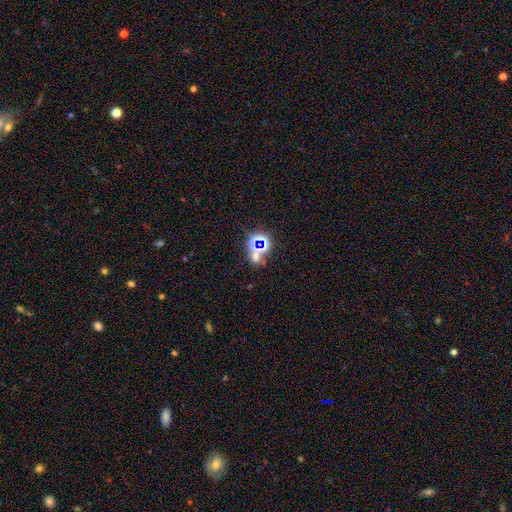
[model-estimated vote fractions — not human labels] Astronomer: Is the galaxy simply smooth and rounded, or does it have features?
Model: star or artifact — 57% (runner-up: smooth, 32%).